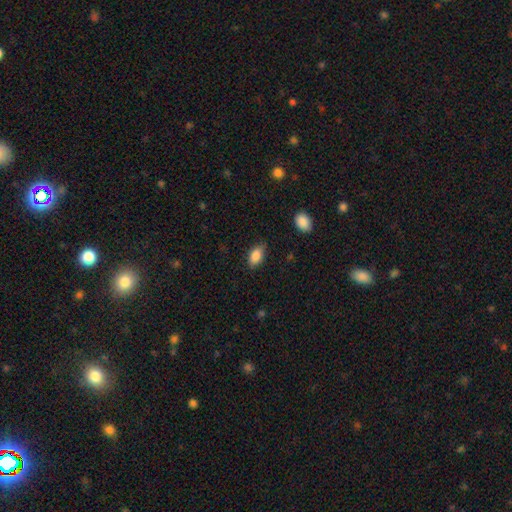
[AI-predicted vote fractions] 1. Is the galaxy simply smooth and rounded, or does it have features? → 85% smooth, 8% featured or disk, 8% star or artifact.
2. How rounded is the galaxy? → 90% in between, 5% round, 5% cigar-shaped.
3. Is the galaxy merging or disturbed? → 80% none, 15% minor disturbance, 3% major disturbance, 1% merger.